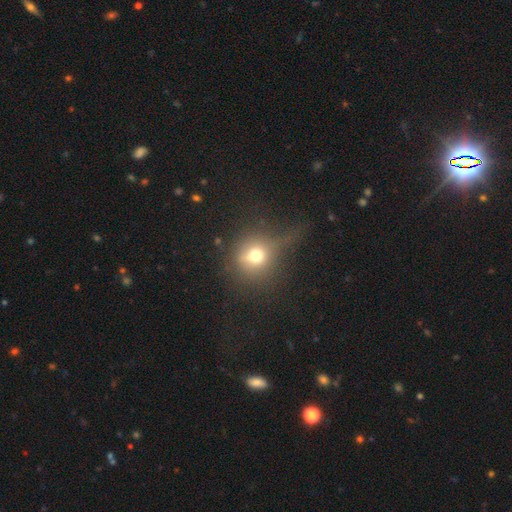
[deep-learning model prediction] This appears to be a smooth galaxy with no disk features (64%) that is round (82%). Merging: none (53%).